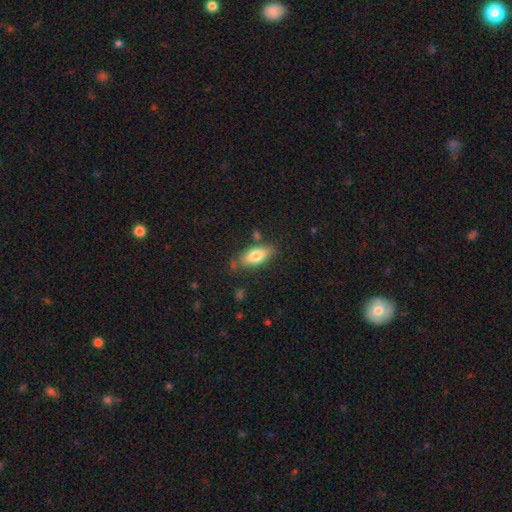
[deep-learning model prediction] Smooth or featured?
  - smooth: 76% *
  - featured or disk: 17%
  - star or artifact: 7%
How rounded?
  - in between: 84% *
  - cigar-shaped: 13%
  - round: 3%
Merging?
  - none: 75% *
  - minor disturbance: 17%
  - merger: 5%
  - major disturbance: 4%